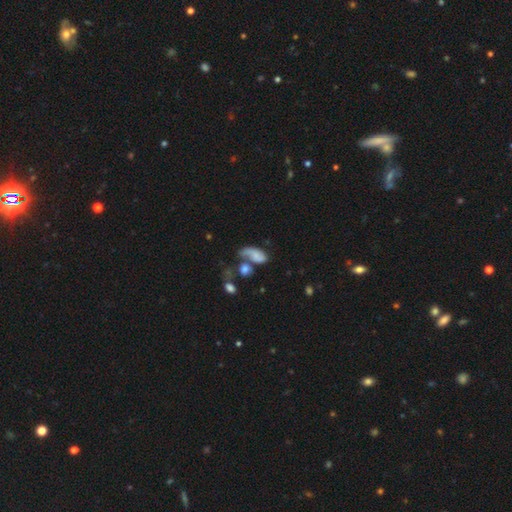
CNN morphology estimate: type=smooth (52%); roundness=in between (86%); merging=merger (32%).